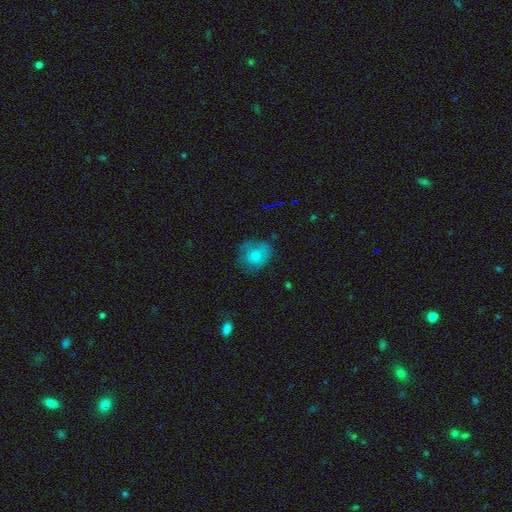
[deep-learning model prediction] A smooth galaxy with no disk features (64%) that is round (65%).

Vote fractions:
- Smooth or featured? smooth: 64% / featured or disk: 25% / star or artifact: 11%
- How rounded? round: 65% / in between: 34% / cigar-shaped: 1%
- Merging? none: 63% / minor disturbance: 26% / major disturbance: 10% / merger: 2%